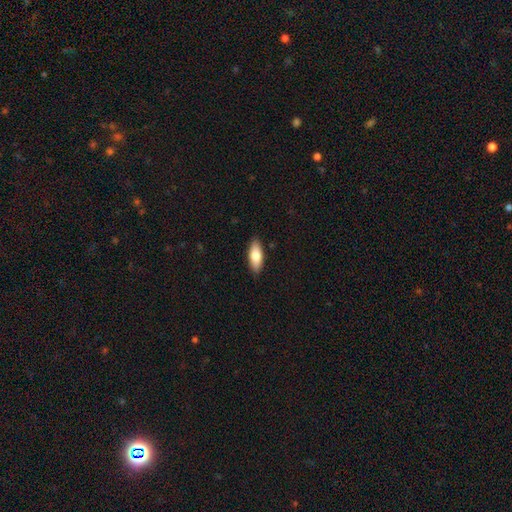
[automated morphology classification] A smooth galaxy with no disk features (78%) that is in between round and cigar-shaped (77%). Merging: none (89%).